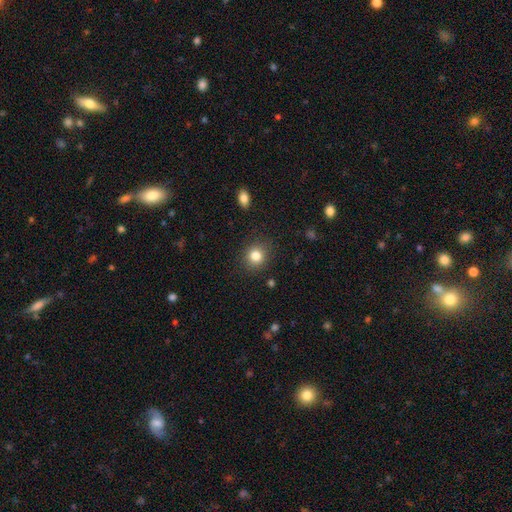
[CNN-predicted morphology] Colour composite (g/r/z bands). It shows a smooth galaxy with no disk features (82%) that is round (84%). Merging: none (88%).